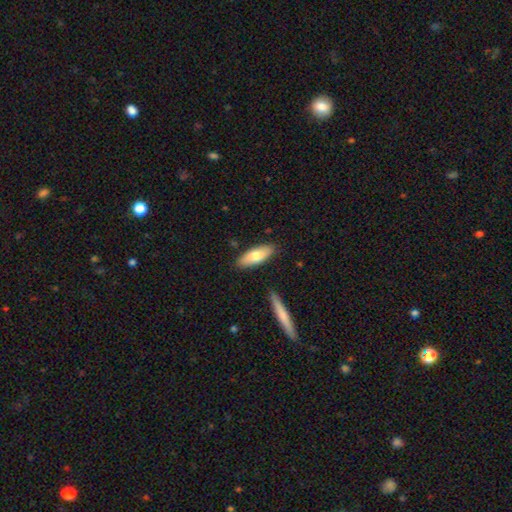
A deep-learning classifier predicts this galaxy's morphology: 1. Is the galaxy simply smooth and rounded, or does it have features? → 74% smooth, 20% featured or disk, 6% star or artifact.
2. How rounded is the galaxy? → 71% in between, 27% cigar-shaped, 2% round.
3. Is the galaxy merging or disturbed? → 85% none, 11% minor disturbance, 3% merger, 2% major disturbance.